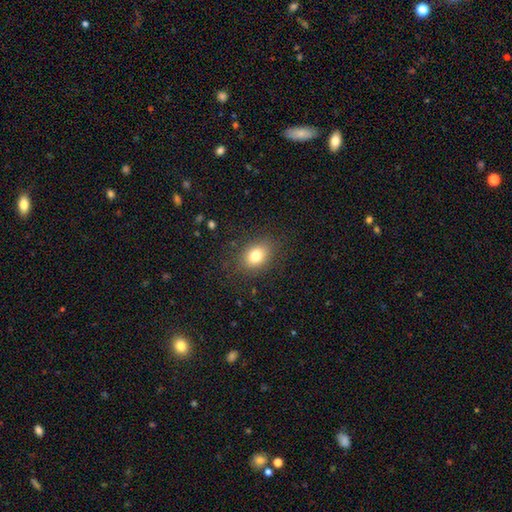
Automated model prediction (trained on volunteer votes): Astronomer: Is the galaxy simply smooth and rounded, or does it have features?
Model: smooth — 79%.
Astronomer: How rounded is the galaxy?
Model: in between — 64%.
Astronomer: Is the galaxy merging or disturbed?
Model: none — 84%.